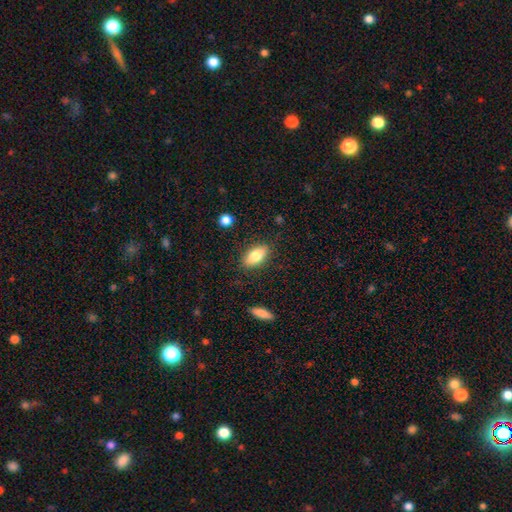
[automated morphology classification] This appears to be a smooth galaxy with no disk features (77%) that is in between round and cigar-shaped (84%). Merging: none (85%).